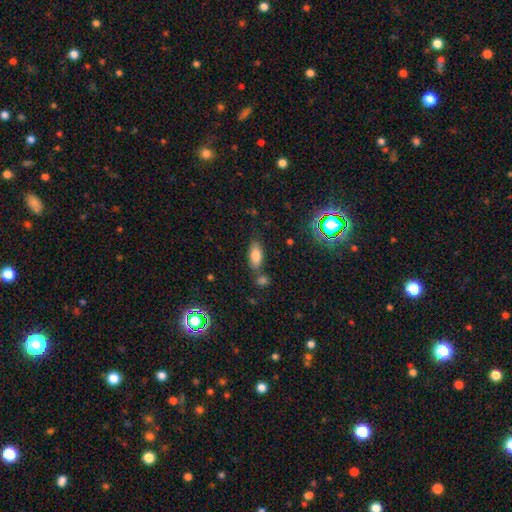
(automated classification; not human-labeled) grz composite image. It shows a smooth galaxy with no disk features (77%) that is in between round and cigar-shaped (82%). Merging: none (70%).